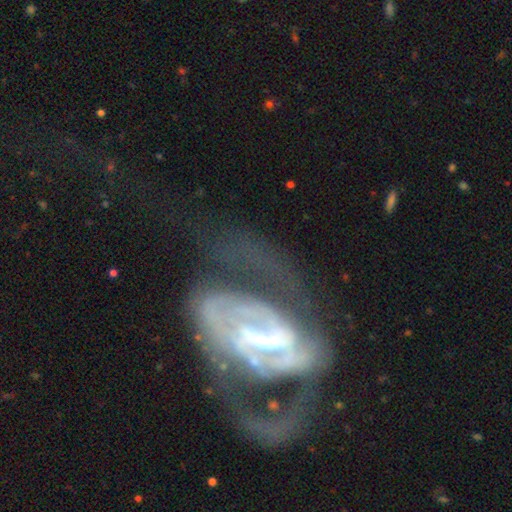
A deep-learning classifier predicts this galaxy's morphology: smooth-or-featured: featured or disk: 86% | smooth: 7% | star or artifact: 7%
  disk-edge-on: no: 95% | yes: 5%
    bar: strong: 42% | weak: 37% | no: 22%
    has-spiral-arms: yes: 84% | no: 16%
      spiral-winding: medium: 42% | tight: 34% | loose: 24%
      spiral-arm-count: 2: 60% | can't tell: 22% | 3: 6% | 1: 6% | 4: 4% | more than 4: 3%
    bulge-size: small: 63% | moderate: 30% | large: 3% | none: 2% | dominant: 1%
  merging: major disturbance: 42% | none: 33% | minor disturbance: 15% | merger: 10%